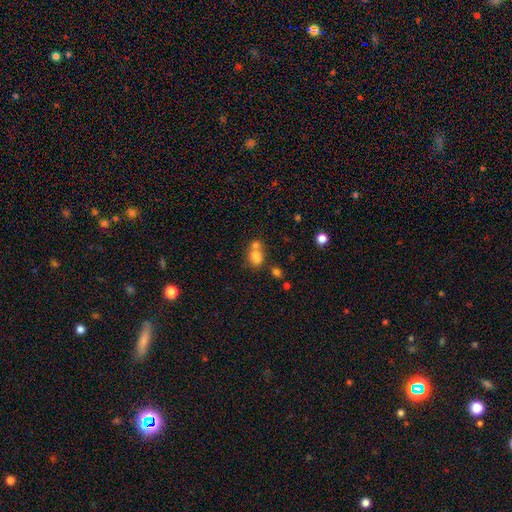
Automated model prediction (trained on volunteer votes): smooth_or_featured: smooth (p=0.73) [alt: featured or disk p=0.14]
how_rounded: in between (p=0.51) [alt: round p=0.47]
merging: merger (p=0.59) [alt: none p=0.28]